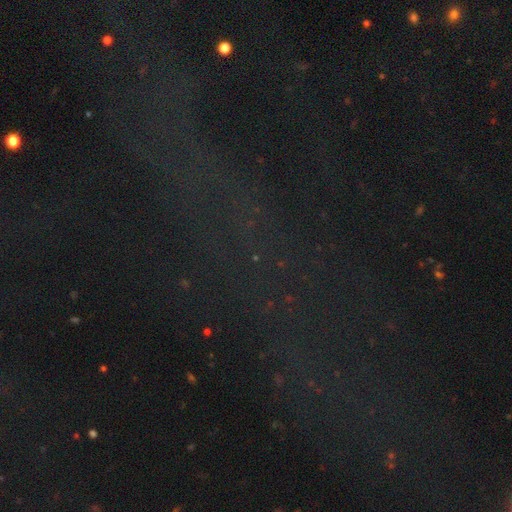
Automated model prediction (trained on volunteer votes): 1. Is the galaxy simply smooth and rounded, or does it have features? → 73% star or artifact, 14% smooth, 12% featured or disk.